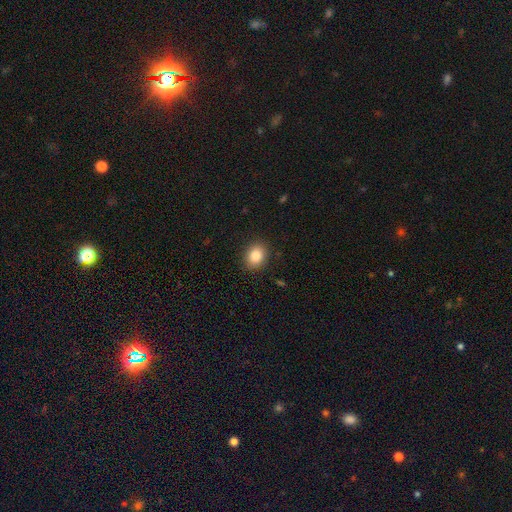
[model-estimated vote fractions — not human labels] This is clearly a smooth galaxy (84%). How rounded: possibly round (53%). Merging: clearly none (89%).